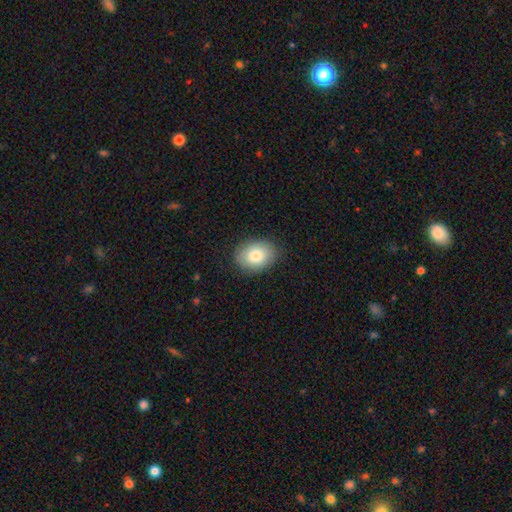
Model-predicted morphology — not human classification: Smooth or featured? smooth (81%)
How rounded? in between (67%)
Merging? none (85%)